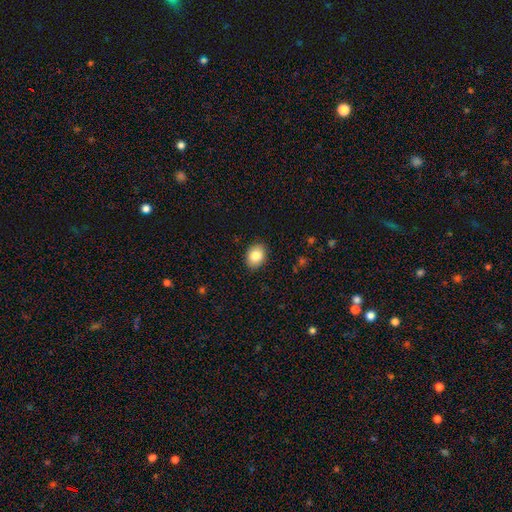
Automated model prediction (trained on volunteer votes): smooth-or-featured: smooth: 84% | star or artifact: 8% | featured or disk: 8%
  how-rounded: in between: 63% | round: 36% | cigar-shaped: 1%
  merging: none: 89% | minor disturbance: 8% | major disturbance: 2% | merger: 1%